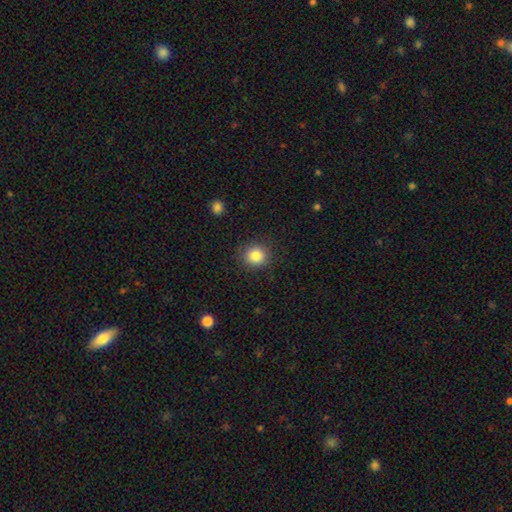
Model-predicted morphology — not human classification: A smooth galaxy with no disk features (84%) that is round (88%). Merging: none (89%).